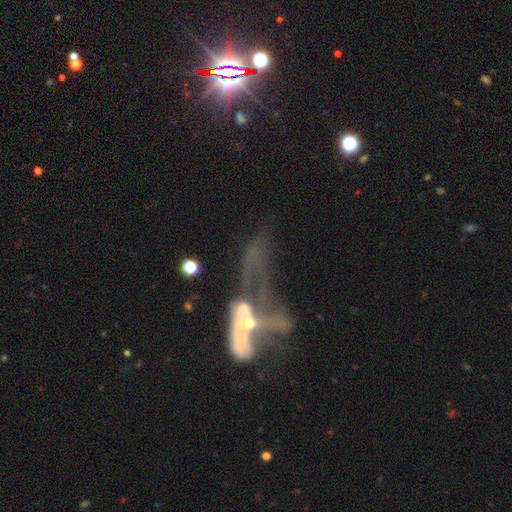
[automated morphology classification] A featured or disk galaxy (60%) with no bar (76%), no spiral arms (66%) and a moderate central bulge (37%).

Vote fractions:
- Smooth or featured? featured or disk: 60% / smooth: 25% / star or artifact: 16%
- Edge-on disk? no: 86% / yes: 14%
- Bar? no: 76% / weak: 16% / strong: 8%
- Spiral arms? no: 66% / yes: 34%
- Bulge size? moderate: 37% / small: 31% / none: 21% / large: 8% / dominant: 3%
- Merging? merger: 61% / major disturbance: 26% / none: 8% / minor disturbance: 5%